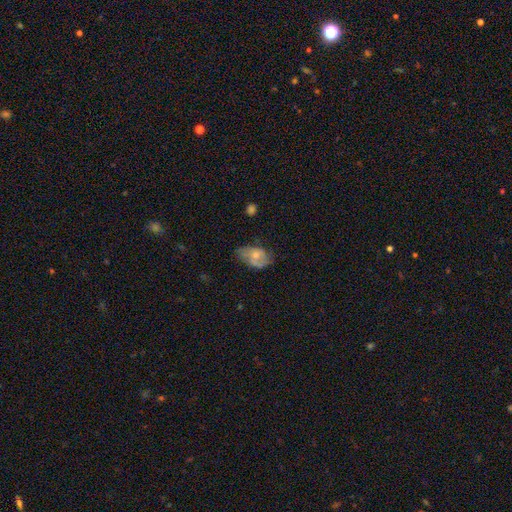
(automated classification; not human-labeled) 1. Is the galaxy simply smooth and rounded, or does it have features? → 50% smooth, 42% featured or disk, 8% star or artifact.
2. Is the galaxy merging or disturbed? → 46% none, 35% minor disturbance, 16% major disturbance, 3% merger.